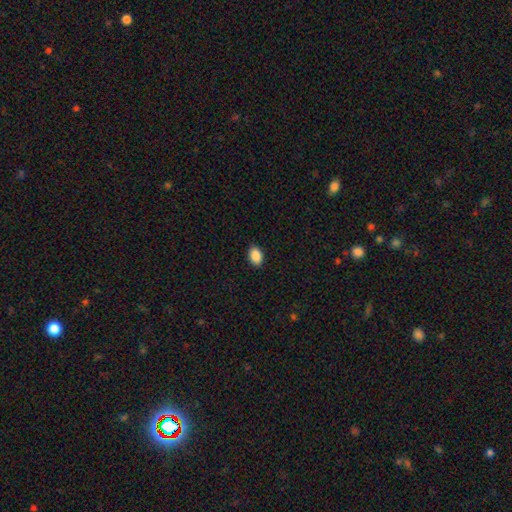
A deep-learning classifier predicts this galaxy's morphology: smooth-or-featured: smooth: 89% | star or artifact: 8% | featured or disk: 3%
  how-rounded: in between: 86% | round: 13% | cigar-shaped: 1%
  merging: none: 89% | minor disturbance: 8% | major disturbance: 2% | merger: 1%